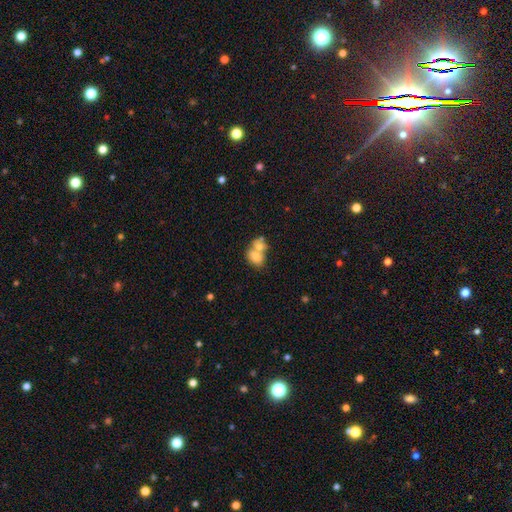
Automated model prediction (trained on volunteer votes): This is likely a smooth galaxy (72%). How rounded: likely in between (65%). Merging: likely merger (64%).